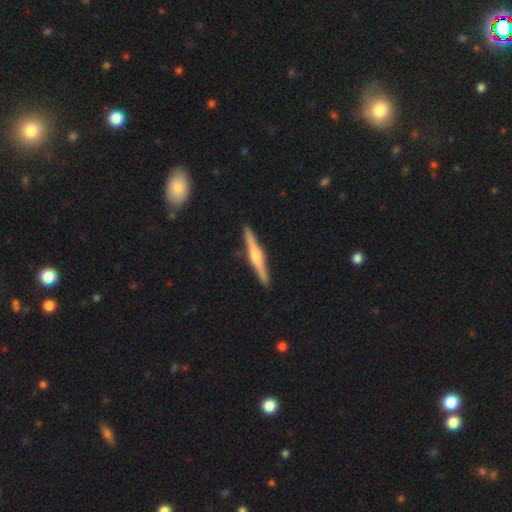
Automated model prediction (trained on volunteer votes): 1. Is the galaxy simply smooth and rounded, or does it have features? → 73% featured or disk, 22% smooth, 5% star or artifact.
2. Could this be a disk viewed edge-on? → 98% yes, 2% no.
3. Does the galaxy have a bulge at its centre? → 76% rounded, 16% boxy, 8% none.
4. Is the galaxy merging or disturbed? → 91% none, 6% minor disturbance, 1% major disturbance, 1% merger.